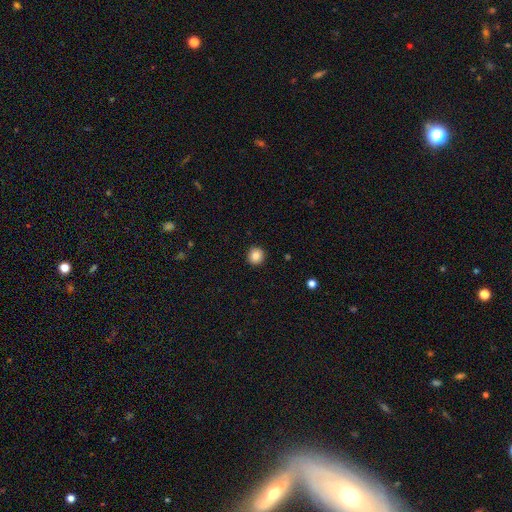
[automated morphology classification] The model was most divided on "smooth or featured": smooth: 85%, star or artifact: 10%, featured or disk: 5%. More confident: how rounded — round (94%); merging — none (93%).